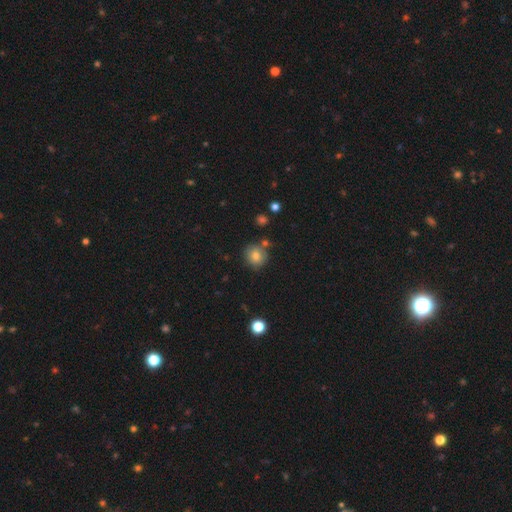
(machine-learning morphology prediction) smooth-or-featured: smooth: 78% | star or artifact: 12% | featured or disk: 11%
  how-rounded: round: 88% | in between: 11% | cigar-shaped: 1%
  merging: none: 78% | minor disturbance: 11% | merger: 9% | major disturbance: 3%